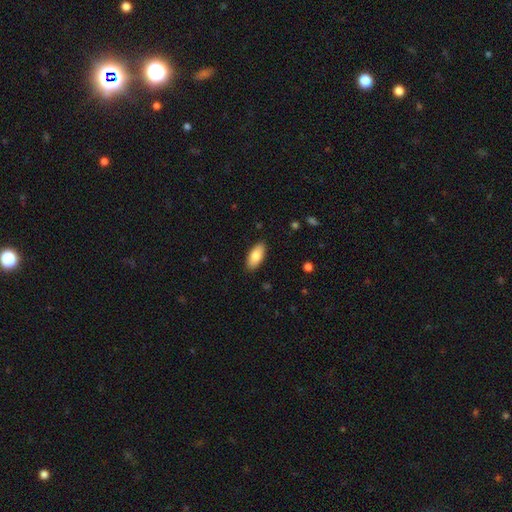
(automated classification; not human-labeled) Morphology: type=smooth (83%); roundness=in between (90%); merging=none (88%).